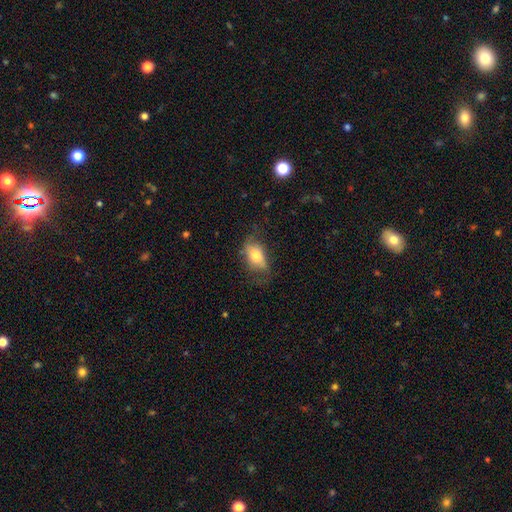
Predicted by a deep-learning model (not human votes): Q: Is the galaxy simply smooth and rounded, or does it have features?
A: smooth — 71%.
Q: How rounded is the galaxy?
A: in between — 88%.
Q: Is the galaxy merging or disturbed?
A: none — 57%.